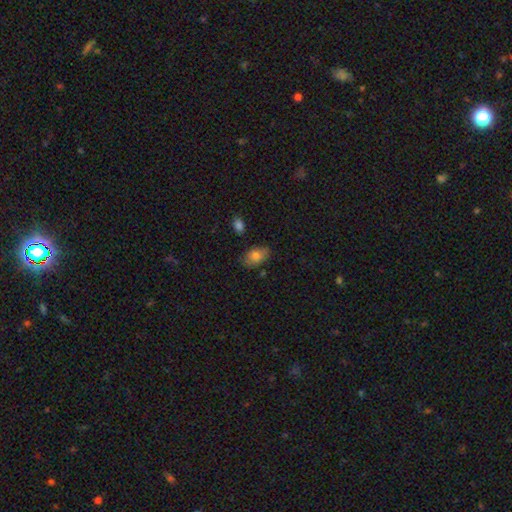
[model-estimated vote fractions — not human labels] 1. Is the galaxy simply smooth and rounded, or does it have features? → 78% smooth, 14% featured or disk, 8% star or artifact.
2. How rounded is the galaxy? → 89% in between, 9% round, 2% cigar-shaped.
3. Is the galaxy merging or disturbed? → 72% none, 21% minor disturbance, 4% major disturbance, 3% merger.